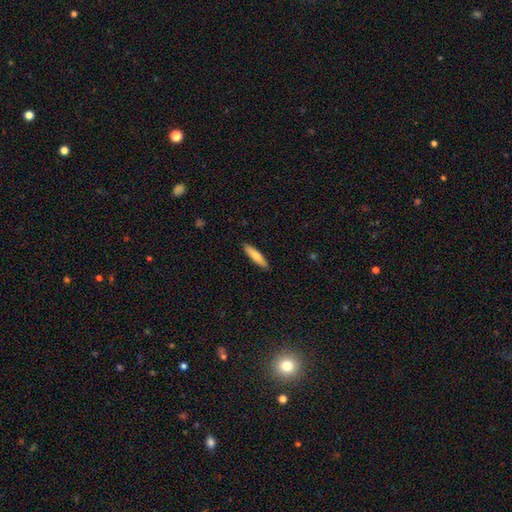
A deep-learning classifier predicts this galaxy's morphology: This is likely a smooth galaxy (72%). How rounded: clearly cigar-shaped (81%). Merging: clearly none (90%).